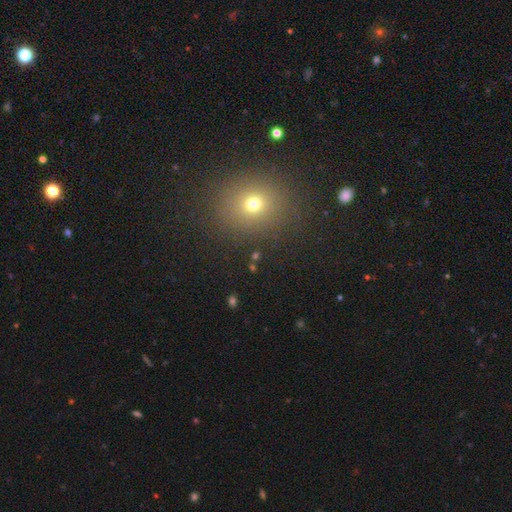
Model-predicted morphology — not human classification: Q: Smooth or featured?
A: smooth (60%); runner-up: star or artifact (31%)
Q: How rounded?
A: round (73%); runner-up: in between (26%)
Q: Merging?
A: none (87%); runner-up: minor disturbance (7%)